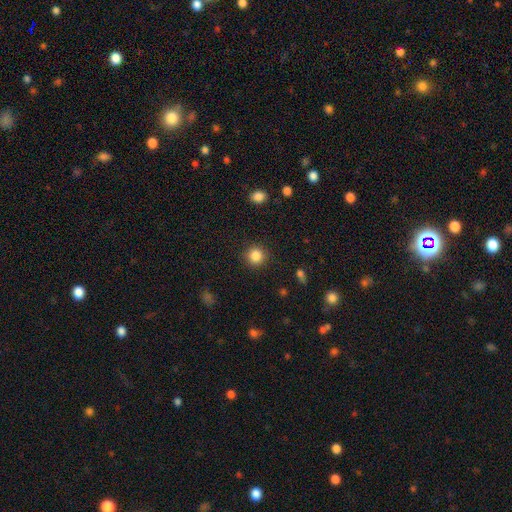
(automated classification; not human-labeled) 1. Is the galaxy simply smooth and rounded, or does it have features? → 85% smooth, 10% star or artifact, 4% featured or disk.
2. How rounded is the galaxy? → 93% round, 6% in between, 1% cigar-shaped.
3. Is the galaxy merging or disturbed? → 90% none, 6% minor disturbance, 3% major disturbance, 1% merger.